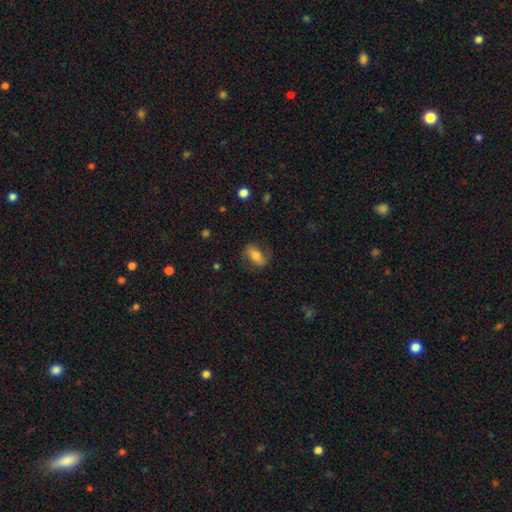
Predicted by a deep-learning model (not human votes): This appears to be a smooth galaxy with no disk features (61%) that is in between round and cigar-shaped (82%). Merging: none (74%).